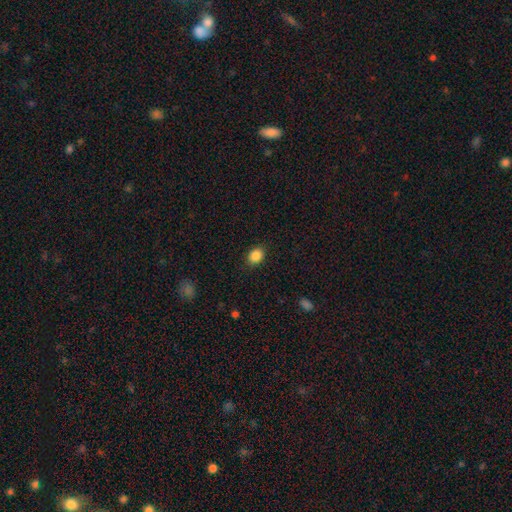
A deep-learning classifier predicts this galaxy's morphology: smooth-or-featured: smooth: 87% | star or artifact: 9% | featured or disk: 4%
  how-rounded: in between: 57% | round: 42% | cigar-shaped: 1%
  merging: none: 87% | minor disturbance: 9% | major disturbance: 3% | merger: 1%